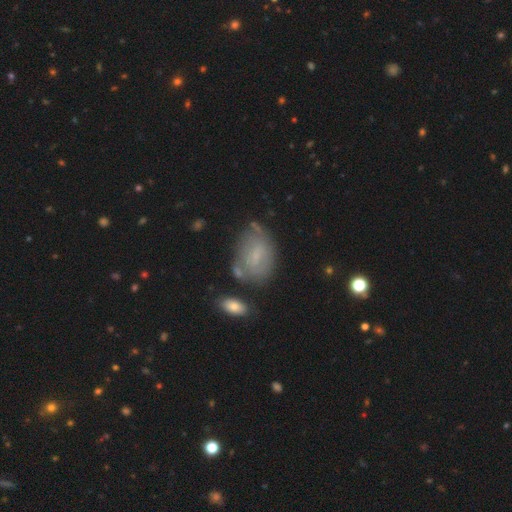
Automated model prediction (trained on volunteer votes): Q: Smooth or featured?
A: smooth (48%); runner-up: featured or disk (42%)
Q: Merging?
A: none (54%); runner-up: minor disturbance (27%)